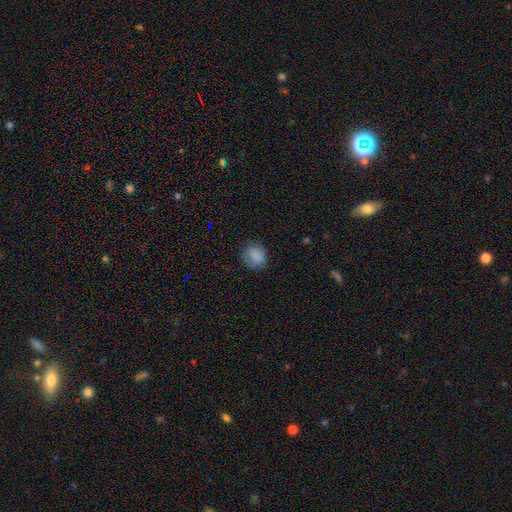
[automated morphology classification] A smooth galaxy with no disk features (85%) that is round (71%).

Vote fractions:
- Smooth or featured? smooth: 85% / star or artifact: 9% / featured or disk: 6%
- How rounded? round: 71% / in between: 29% / cigar-shaped: 1%
- Merging? none: 78% / minor disturbance: 16% / major disturbance: 5% / merger: 1%